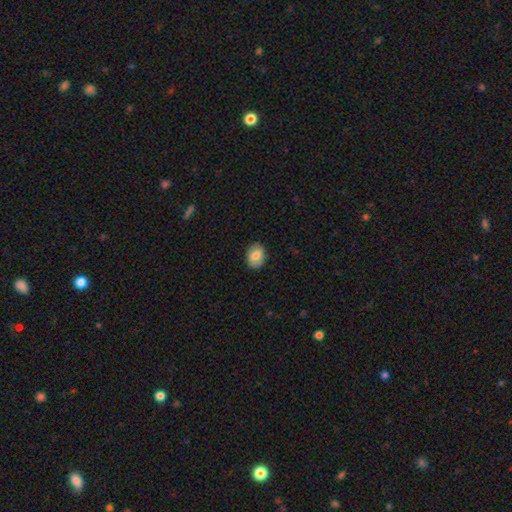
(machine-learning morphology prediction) A smooth galaxy with no disk features (74%) that is in between round and cigar-shaped (61%).

Vote fractions:
- Smooth or featured? smooth: 74% / featured or disk: 18% / star or artifact: 7%
- How rounded? in between: 61% / round: 38% / cigar-shaped: 1%
- Merging? none: 86% / minor disturbance: 10% / major disturbance: 2% / merger: 1%